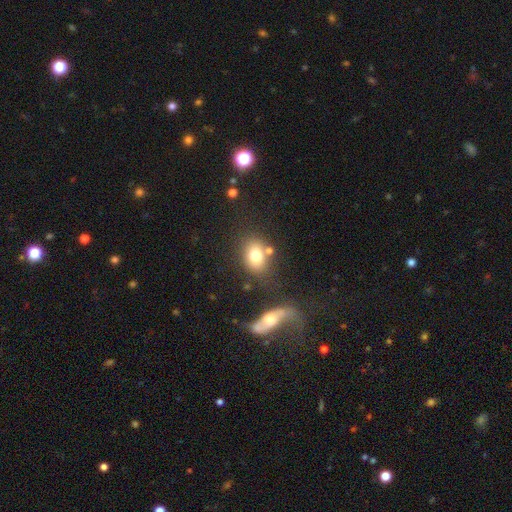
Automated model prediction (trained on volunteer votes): Smooth or featured? smooth (78%)
How rounded? in between (63%)
Merging? none (65%)